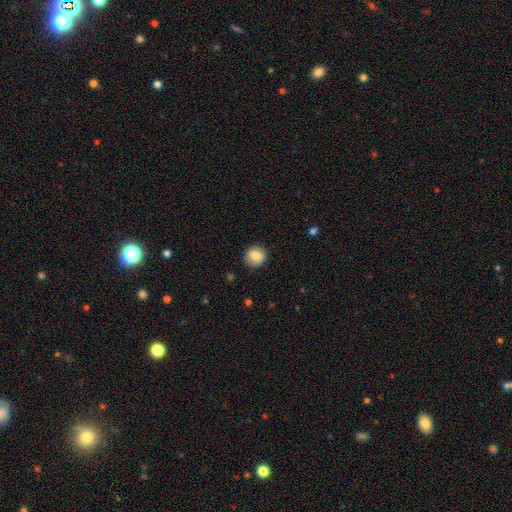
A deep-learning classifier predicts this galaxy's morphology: type=smooth (83%); roundness=round (89%); merging=none (89%).